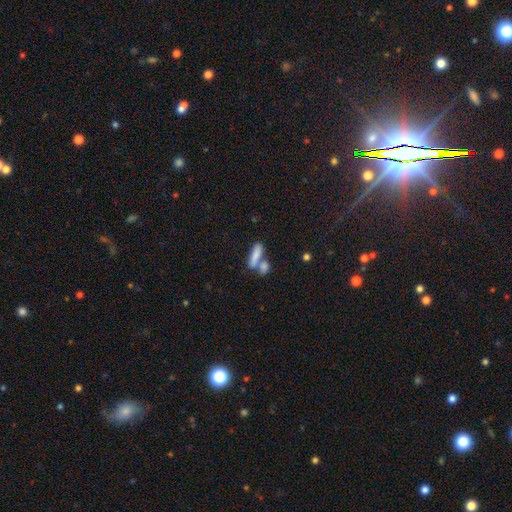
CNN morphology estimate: smooth-or-featured: smooth: 79% | featured or disk: 13% | star or artifact: 8%
  how-rounded: in between: 51% | cigar-shaped: 44% | round: 4%
  merging: merger: 49% | none: 37% | minor disturbance: 9% | major disturbance: 5%